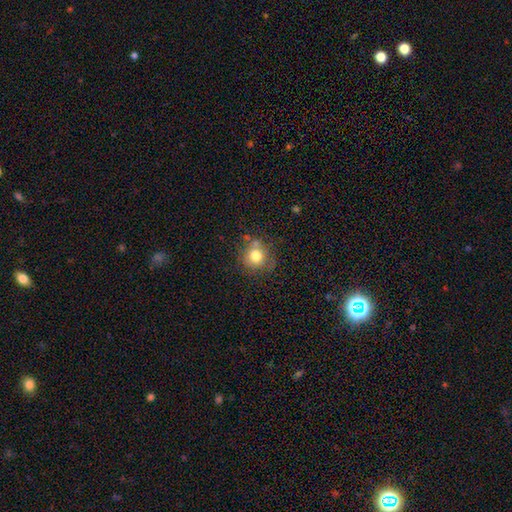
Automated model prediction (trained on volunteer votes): smooth 76%, star or artifact 12%, featured or disk 12%. Down the decision tree: how rounded — round (87%); merging — none (69%).